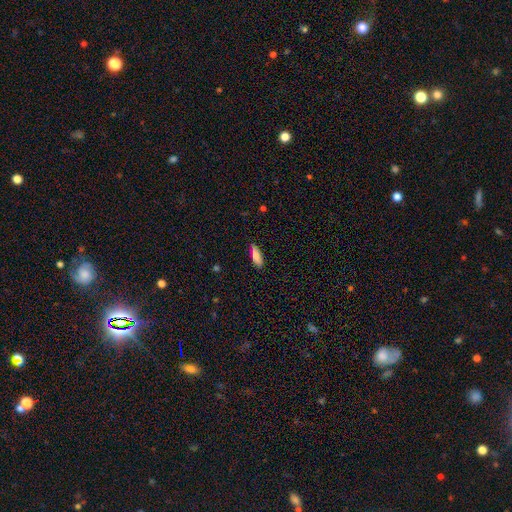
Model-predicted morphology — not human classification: Overall: smooth (82%). How rounded: in between (56%; cigar-shaped 42%). Merging: none (83%).